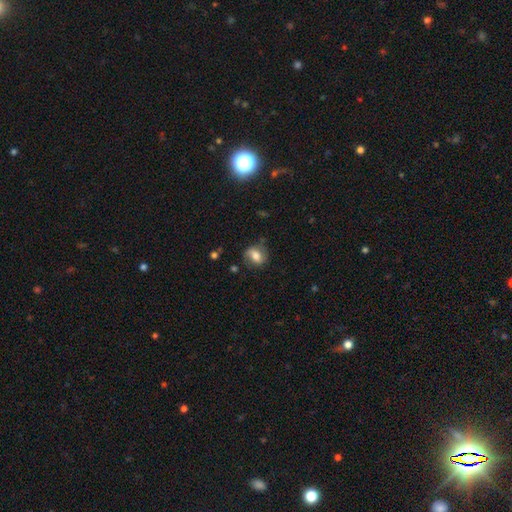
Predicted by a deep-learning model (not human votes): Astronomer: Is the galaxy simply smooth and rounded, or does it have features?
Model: smooth — 54% (runner-up: featured or disk, 36%).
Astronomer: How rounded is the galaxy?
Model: in between — 54% (runner-up: round, 45%).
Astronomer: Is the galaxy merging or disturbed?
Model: none — 66%.